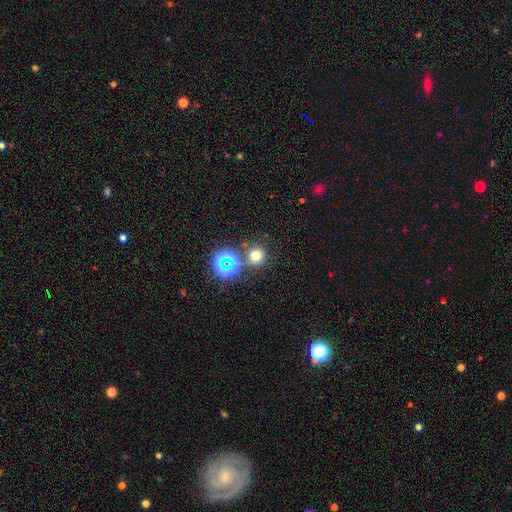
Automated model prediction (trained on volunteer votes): This appears to be a smooth galaxy with no disk features (67%) that is round (92%). Merging: none (76%).